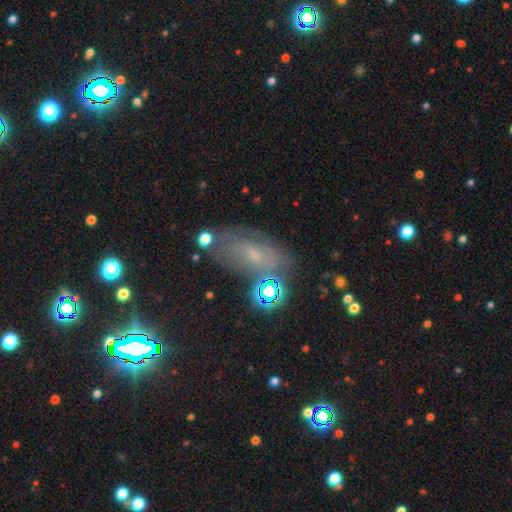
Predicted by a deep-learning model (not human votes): The model was most divided on "smooth or featured": featured or disk: 47%, smooth: 31%, star or artifact: 22%. More confident: merging — none (65%).